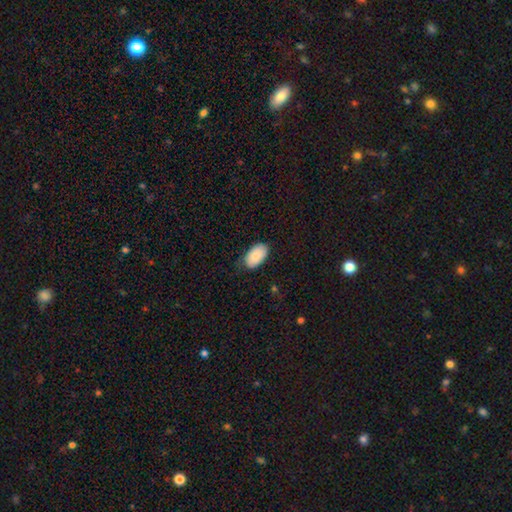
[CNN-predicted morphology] A smooth galaxy with no disk features (86%) that is in between round and cigar-shaped (95%). Merging: none (75%).